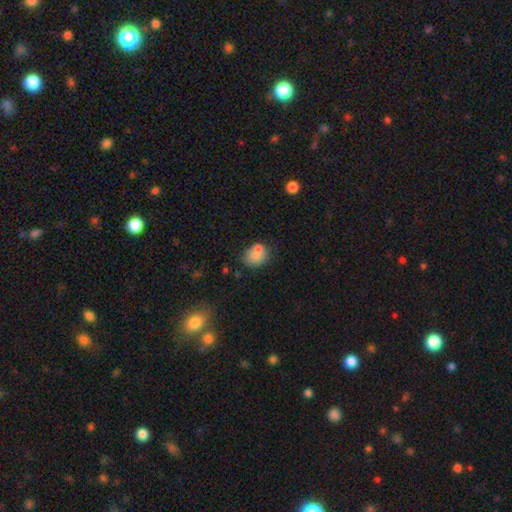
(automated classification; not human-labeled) smooth 75%, featured or disk 15%, star or artifact 10%. Down the decision tree: how rounded — round (55%); merging — none (53%).